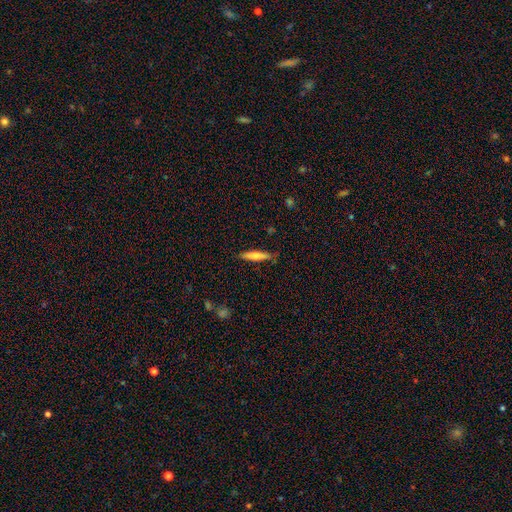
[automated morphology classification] smooth 65%, featured or disk 29%, star or artifact 6%. Down the decision tree: how rounded — cigar-shaped (87%); merging — none (85%).